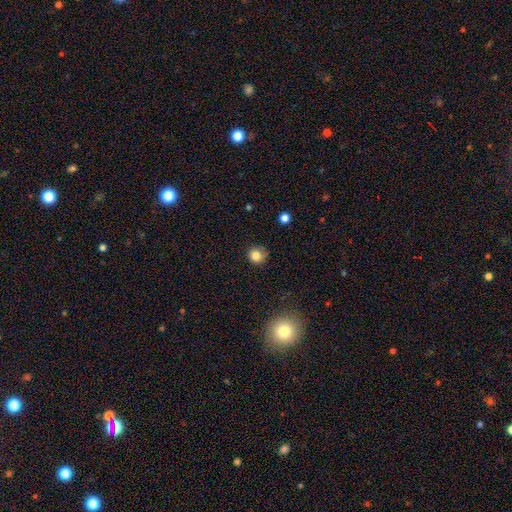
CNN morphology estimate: This appears to be a smooth galaxy with no disk features (81%) that is round (89%). Merging: none (74%).